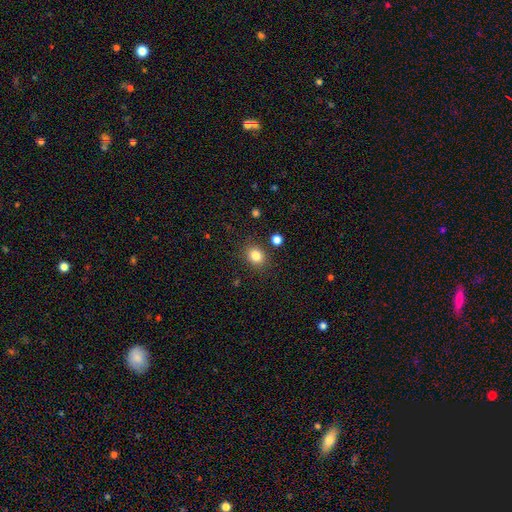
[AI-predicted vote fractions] A smooth galaxy with no disk features (83%) that is round (66%). Merging: none (84%).